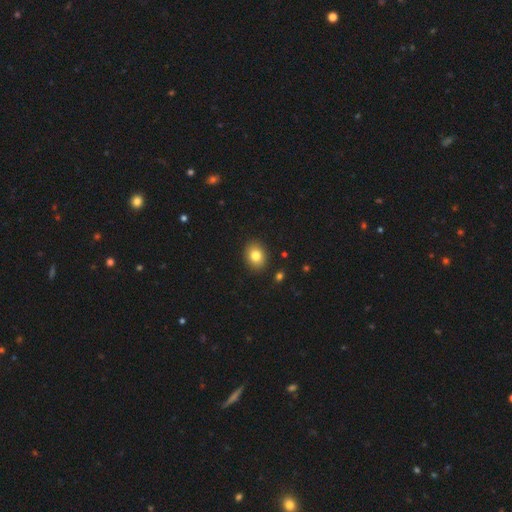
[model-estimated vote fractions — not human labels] This is clearly a smooth galaxy (81%). How rounded: possibly in between (57%). Merging: clearly none (90%).